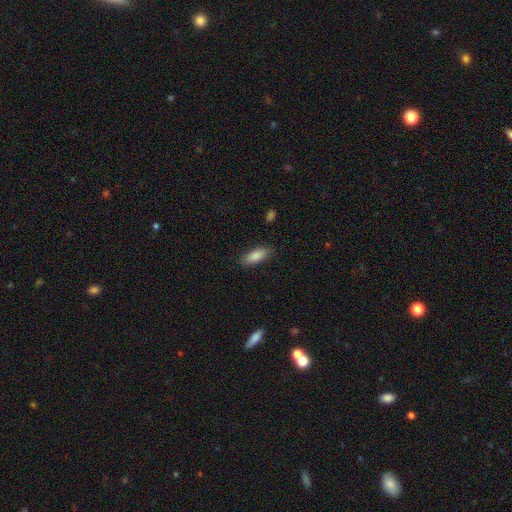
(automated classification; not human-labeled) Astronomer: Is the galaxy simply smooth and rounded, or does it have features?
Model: smooth — 87%.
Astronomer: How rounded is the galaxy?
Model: in between — 76%.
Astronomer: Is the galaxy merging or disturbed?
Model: none — 87%.